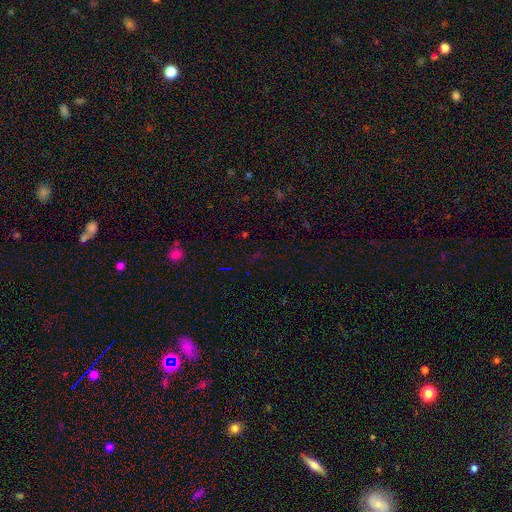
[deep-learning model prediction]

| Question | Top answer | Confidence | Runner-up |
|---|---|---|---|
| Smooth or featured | star or artifact | 72% | smooth (20%) |